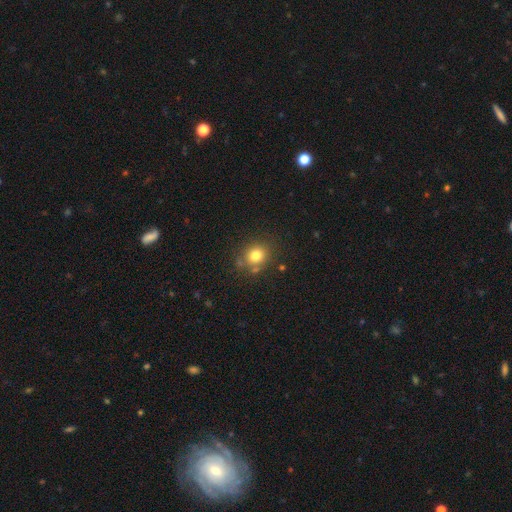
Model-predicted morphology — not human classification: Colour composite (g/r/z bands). It shows a smooth galaxy with no disk features (77%) that is round (72%). Merging: none (73%).